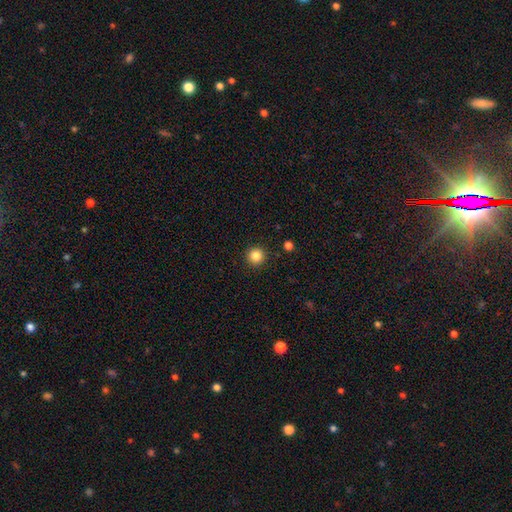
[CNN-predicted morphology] This is clearly a smooth galaxy (85%). How rounded: clearly round (96%). Merging: clearly none (93%).